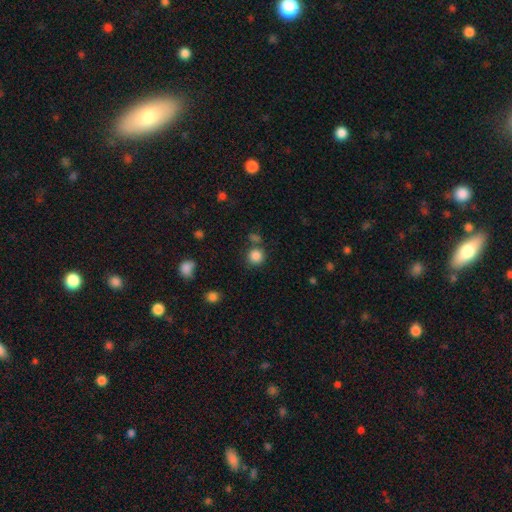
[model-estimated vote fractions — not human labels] smooth-or-featured: smooth: 85% | star or artifact: 11% | featured or disk: 4%
  how-rounded: round: 92% | in between: 7% | cigar-shaped: 1%
  merging: none: 75% | merger: 11% | minor disturbance: 10% | major disturbance: 4%